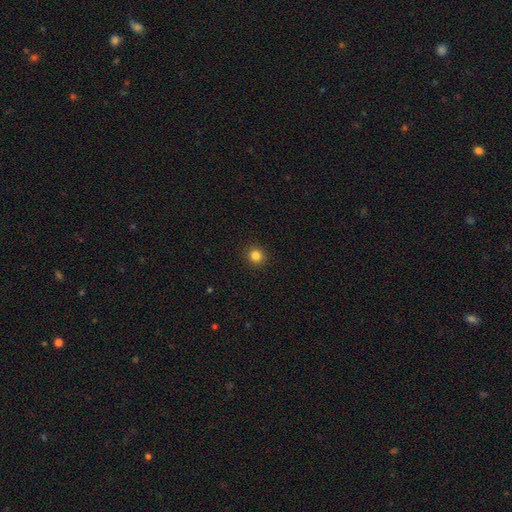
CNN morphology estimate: This appears to be a smooth galaxy with no disk features (84%) that is round (93%). Merging: none (92%).